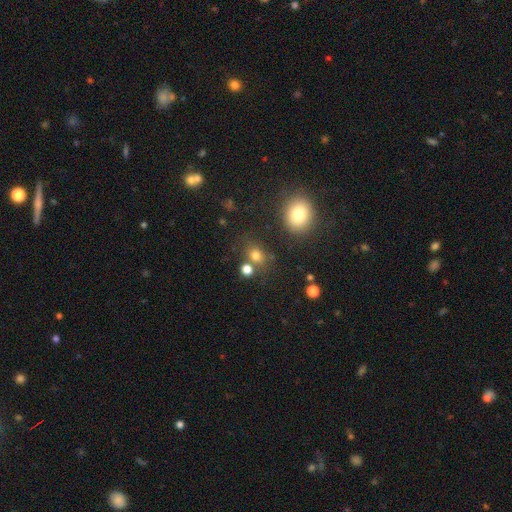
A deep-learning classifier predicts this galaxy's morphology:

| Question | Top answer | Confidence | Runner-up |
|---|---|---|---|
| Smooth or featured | smooth | 75% | star or artifact (17%) |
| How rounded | round | 62% | in between (36%) |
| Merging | none | 66% | merger (17%) |